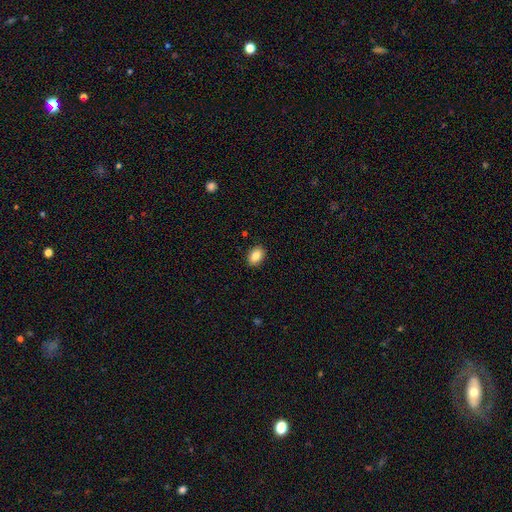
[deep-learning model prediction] Smooth or featured? smooth (85%)
How rounded? in between (81%)
Merging? none (89%)